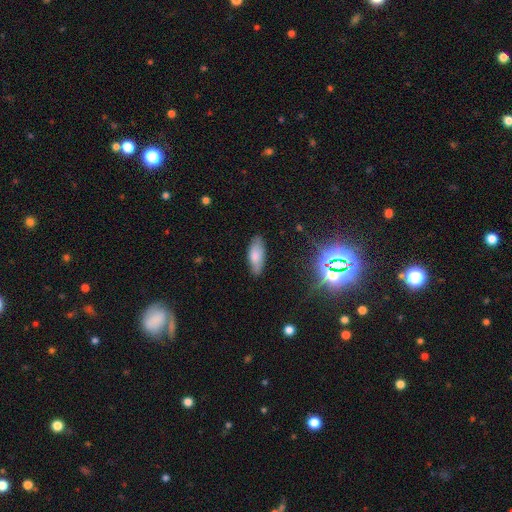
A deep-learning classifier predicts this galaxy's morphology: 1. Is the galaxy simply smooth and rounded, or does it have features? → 76% smooth, 14% featured or disk, 9% star or artifact.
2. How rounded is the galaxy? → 79% in between, 19% cigar-shaped, 2% round.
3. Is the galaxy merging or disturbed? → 78% none, 18% minor disturbance, 3% major disturbance, 1% merger.